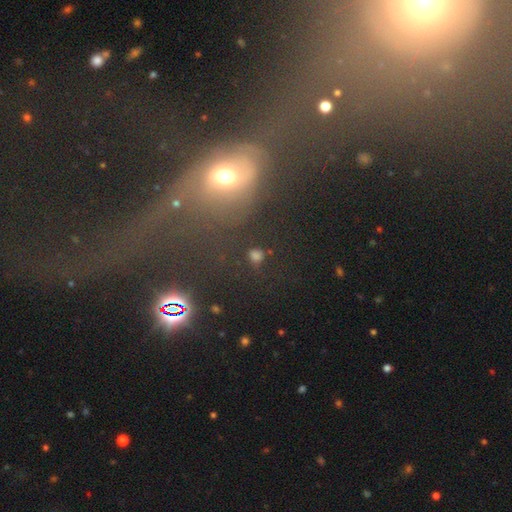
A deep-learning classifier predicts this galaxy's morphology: A smooth galaxy with no disk features (49%).

Vote fractions:
- Smooth or featured? smooth: 49% / star or artifact: 38% / featured or disk: 13%
- Merging? none: 74% / minor disturbance: 11% / major disturbance: 8% / merger: 7%